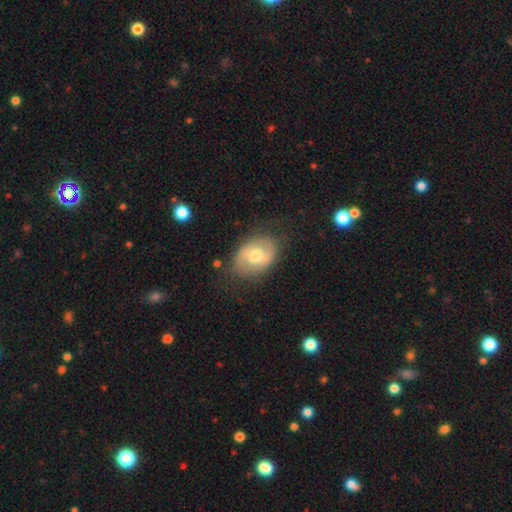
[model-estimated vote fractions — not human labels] A smooth galaxy with no disk features (47%, tied with featured or disk). Merging: none (74%).